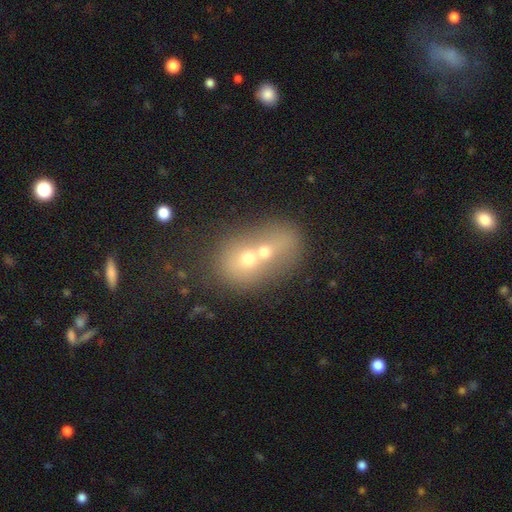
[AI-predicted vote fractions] Smooth or featured? smooth (55%)
How rounded? round (51%)
Merging? merger (75%)